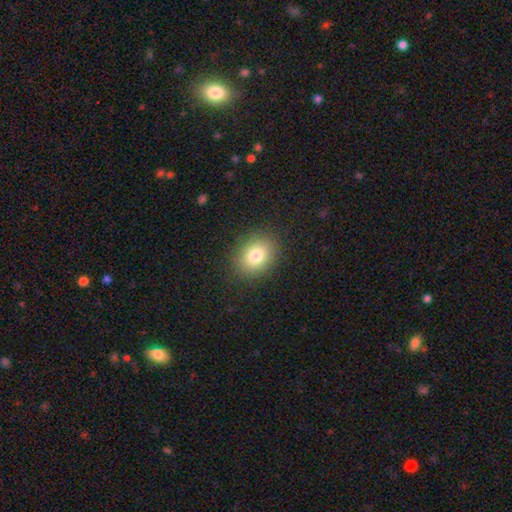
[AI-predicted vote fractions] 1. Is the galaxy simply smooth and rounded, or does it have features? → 80% smooth, 11% star or artifact, 9% featured or disk.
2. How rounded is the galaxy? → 51% in between, 48% round, 1% cigar-shaped.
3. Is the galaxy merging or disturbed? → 87% none, 9% minor disturbance, 3% major disturbance, 1% merger.